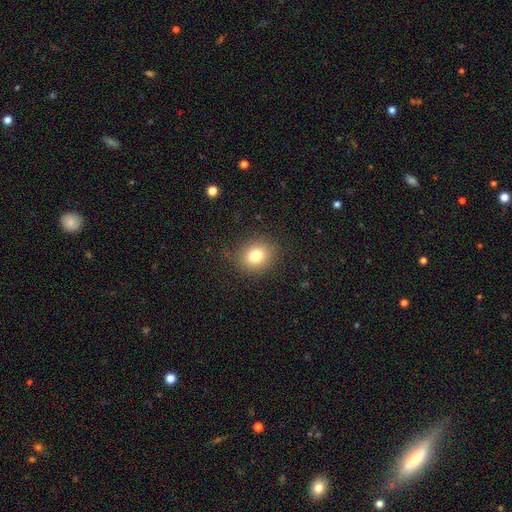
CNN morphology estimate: type=smooth (79%); roundness=round (66%); merging=none (85%).